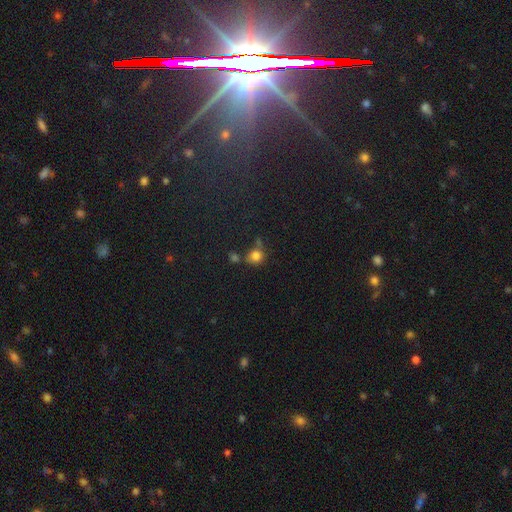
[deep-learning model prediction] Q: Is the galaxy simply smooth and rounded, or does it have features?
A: smooth — 79%.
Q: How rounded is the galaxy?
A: round — 83%.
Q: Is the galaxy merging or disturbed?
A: none — 55%.